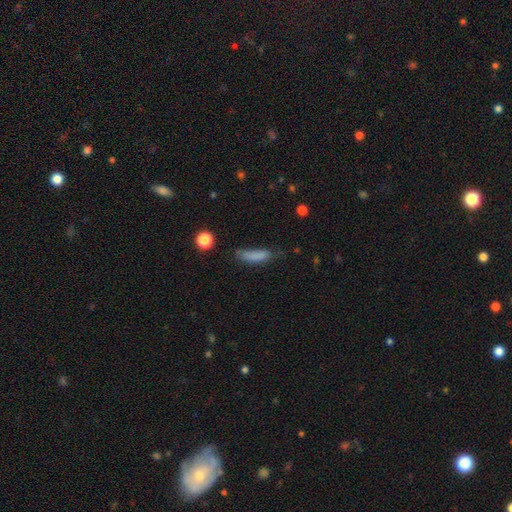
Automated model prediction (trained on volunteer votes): Smooth or featured: smooth — 81% (featured or disk — 10%)
How rounded: cigar-shaped — 64% (in between — 33%)
Merging: none — 55% (minor disturbance — 31%)